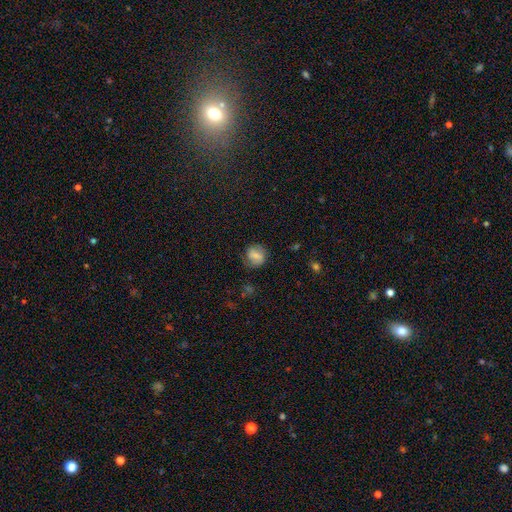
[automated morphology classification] Q: Smooth or featured?
A: smooth (60%); runner-up: featured or disk (31%)
Q: How rounded?
A: round (78%); runner-up: in between (21%)
Q: Merging?
A: none (73%); runner-up: minor disturbance (18%)